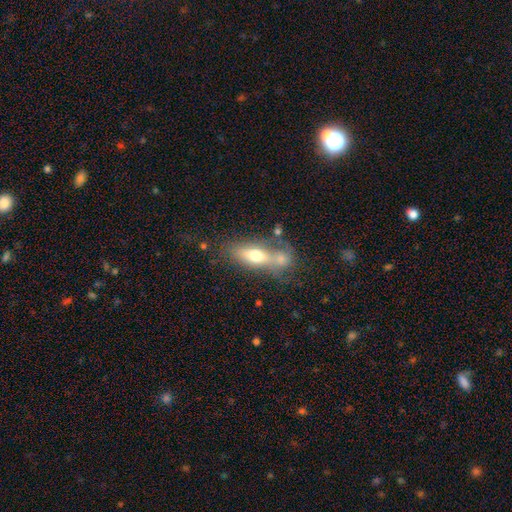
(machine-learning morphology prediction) type=smooth (59%); roundness=in between (62%); merging=none (42%).